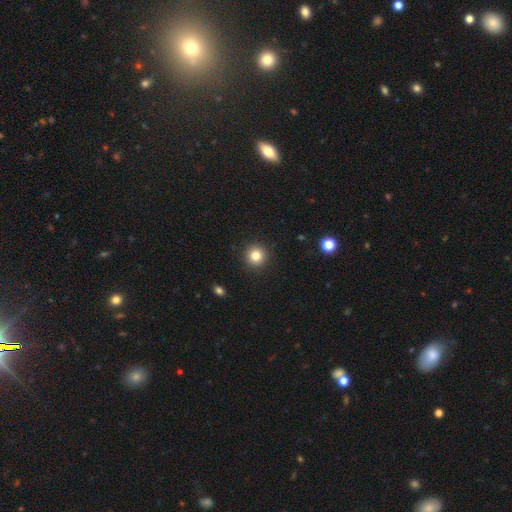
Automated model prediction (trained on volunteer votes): A smooth galaxy with no disk features (82%) that is round (94%). Merging: none (93%).